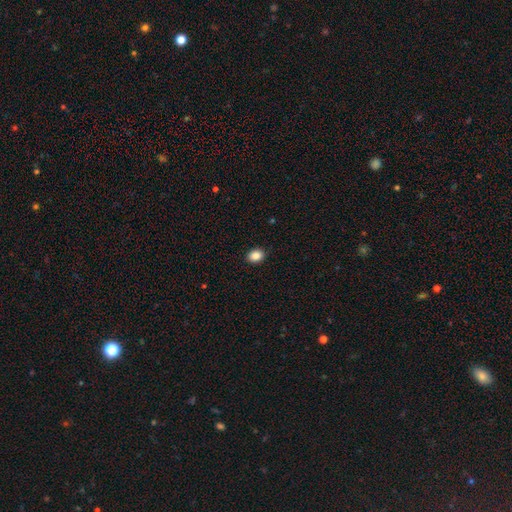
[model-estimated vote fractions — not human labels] smooth 87%, star or artifact 9%, featured or disk 4%. Down the decision tree: how rounded — in between (62%); merging — none (90%).